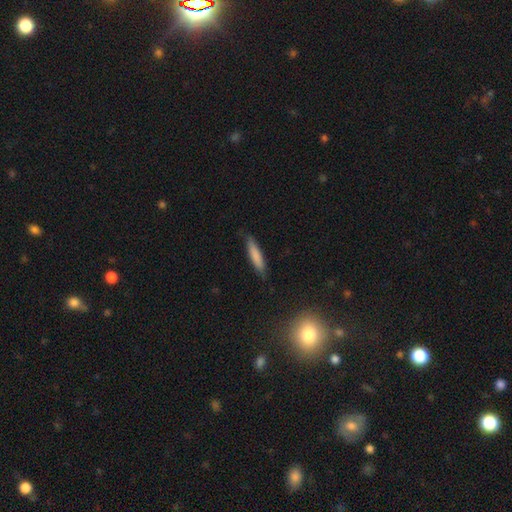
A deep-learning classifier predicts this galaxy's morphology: smooth 79%, featured or disk 15%, star or artifact 6%. Down the decision tree: how rounded — cigar-shaped (84%); merging — none (82%).